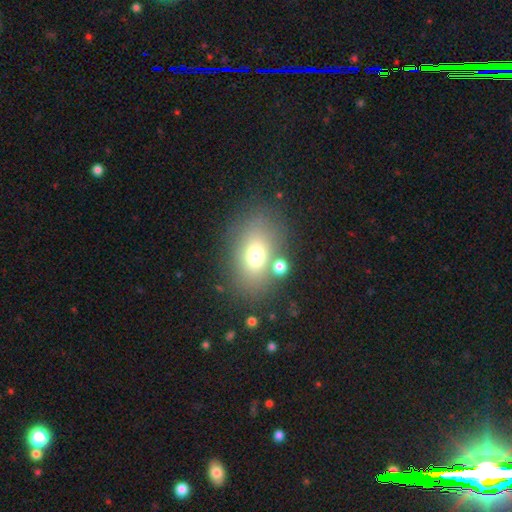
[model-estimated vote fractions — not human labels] The model was most divided on "merging": none: 66%, merger: 15%, minor disturbance: 12%, major disturbance: 6%. More confident: how rounded — in between (76%); smooth or featured — smooth (70%).